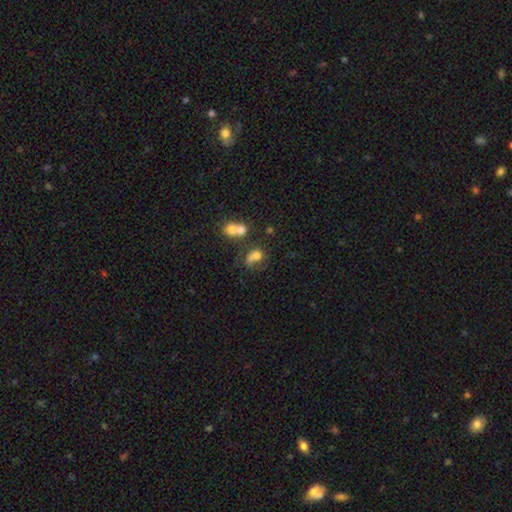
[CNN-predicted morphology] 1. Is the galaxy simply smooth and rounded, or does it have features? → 63% smooth, 22% featured or disk, 15% star or artifact.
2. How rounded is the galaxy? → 56% in between, 41% round, 3% cigar-shaped.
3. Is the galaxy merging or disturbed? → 37% merger, 27% none, 20% major disturbance, 15% minor disturbance.